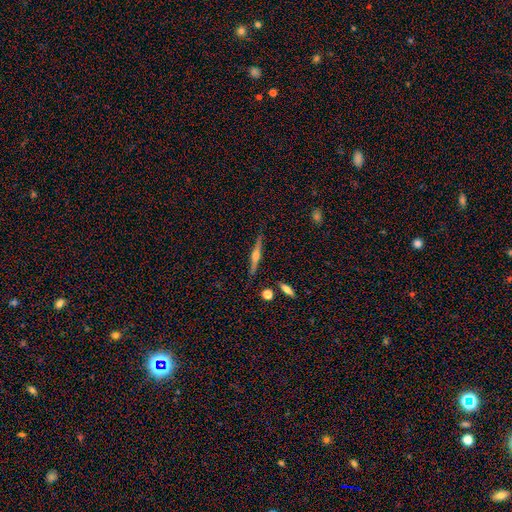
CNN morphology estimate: featured or disk 72%, smooth 21%, star or artifact 7%. Down the decision tree: edge-on disk — yes (97%); edge-on bulge — rounded (92%); merging — none (87%).